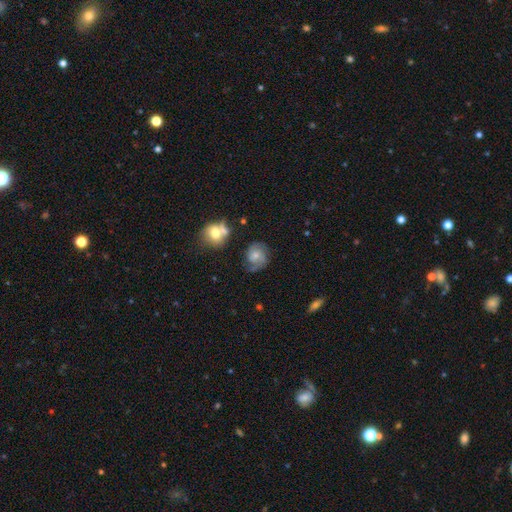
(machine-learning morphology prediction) A featured or disk galaxy (64%) with no bar (67%), 2 (60%) medium (45%) spiral arms (91%) and a moderate central bulge (49%).

Vote fractions:
- Smooth or featured? featured or disk: 64% / smooth: 27% / star or artifact: 9%
- Edge-on disk? no: 97% / yes: 3%
- Bar? no: 67% / weak: 29% / strong: 4%
- Spiral arms? yes: 91% / no: 9%
- Spiral winding? medium: 45% / tight: 33% / loose: 23%
- Spiral arm count? 2: 60% / 1: 19% / can't tell: 13% / 3: 6% / 4: 2% / more than 4: 2%
- Bulge size? moderate: 49% / small: 39% / none: 6% / large: 5% / dominant: 1%
- Merging? none: 57% / minor disturbance: 24% / major disturbance: 14% / merger: 6%